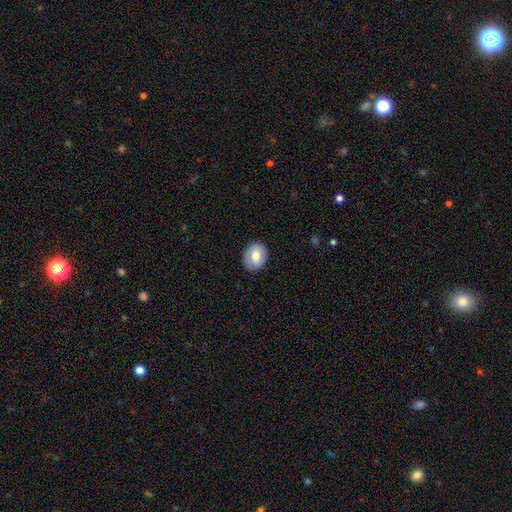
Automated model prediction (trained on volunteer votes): This is likely a smooth galaxy (70%). How rounded: possibly in between (55%). Merging: clearly none (85%).